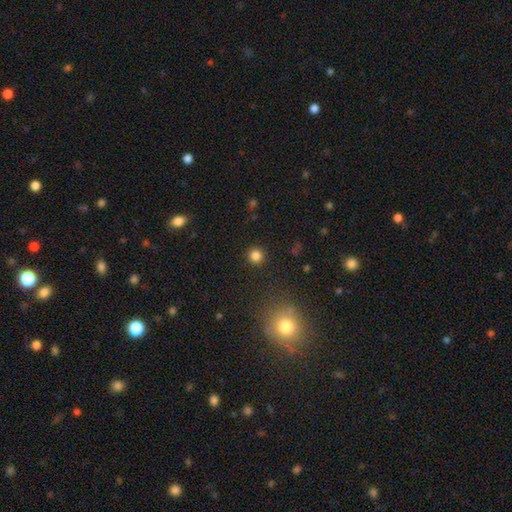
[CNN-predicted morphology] The model was most divided on "smooth or featured": smooth: 83%, star or artifact: 13%, featured or disk: 4%. More confident: how rounded — round (94%); merging — none (92%).